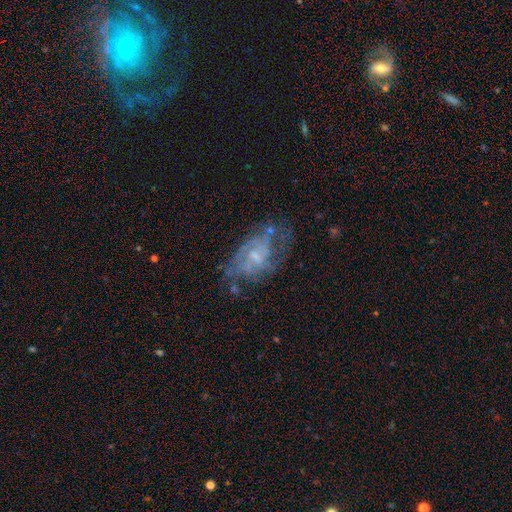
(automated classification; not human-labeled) Smooth or featured? Predicted: featured or disk (p=0.72). Edge-on disk? Predicted: no (p=0.96). Bar? Predicted: no (p=0.56). Spiral arms? Predicted: yes (p=0.74). Spiral winding? Predicted: medium (p=0.44). Spiral arm count? Predicted: can't tell (p=0.41). Bulge size? Predicted: small (p=0.52). Merging? Predicted: none (p=0.53).